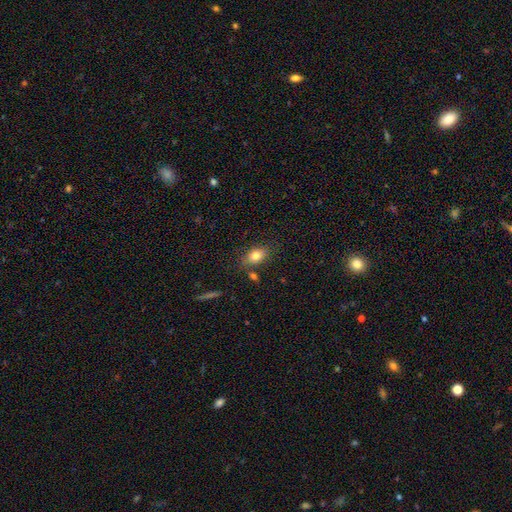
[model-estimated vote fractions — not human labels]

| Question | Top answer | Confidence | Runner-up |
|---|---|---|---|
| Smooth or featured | smooth | 80% | featured or disk (11%) |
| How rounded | in between | 84% | round (13%) |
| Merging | none | 75% | minor disturbance (14%) |